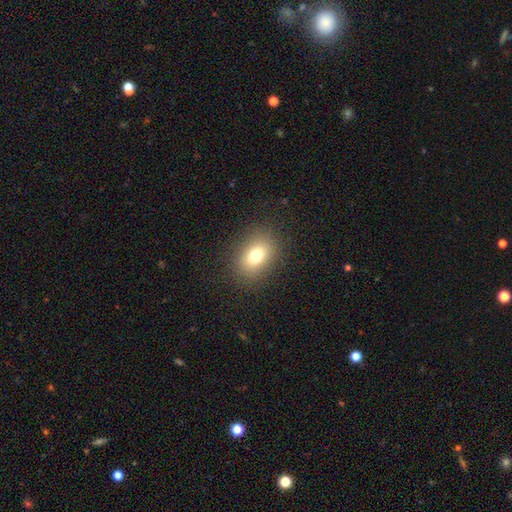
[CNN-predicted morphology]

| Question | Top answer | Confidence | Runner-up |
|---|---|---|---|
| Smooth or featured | smooth | 75% | star or artifact (13%) |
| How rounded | in between | 68% | round (31%) |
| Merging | none | 86% | minor disturbance (9%) |